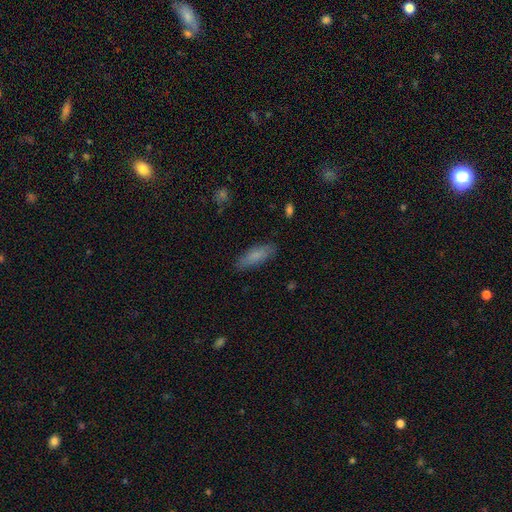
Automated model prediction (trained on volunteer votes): smooth_or_featured: smooth (p=0.78) [alt: featured or disk p=0.15]
how_rounded: in between (p=0.55) [alt: cigar-shaped p=0.43]
merging: none (p=0.82) [alt: minor disturbance p=0.13]